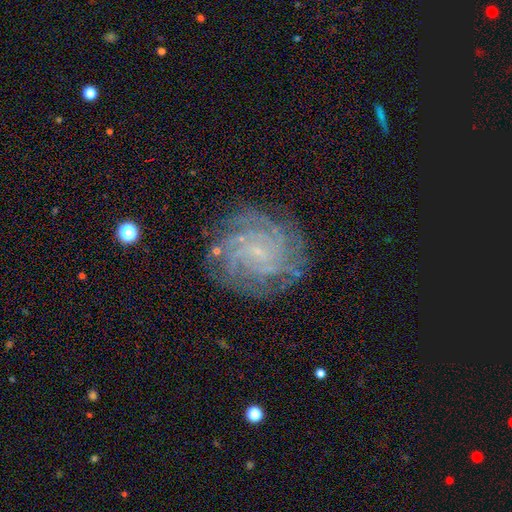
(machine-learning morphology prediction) Smooth or featured? Predicted: featured or disk (p=0.76). Edge-on disk? Predicted: no (p=0.97). Bar? Predicted: no (p=0.62). Spiral arms? Predicted: yes (p=0.97). Spiral winding? Predicted: tight (p=0.76). Spiral arm count? Predicted: can't tell (p=0.28). Bulge size? Predicted: small (p=0.81). Merging? Predicted: none (p=0.84).